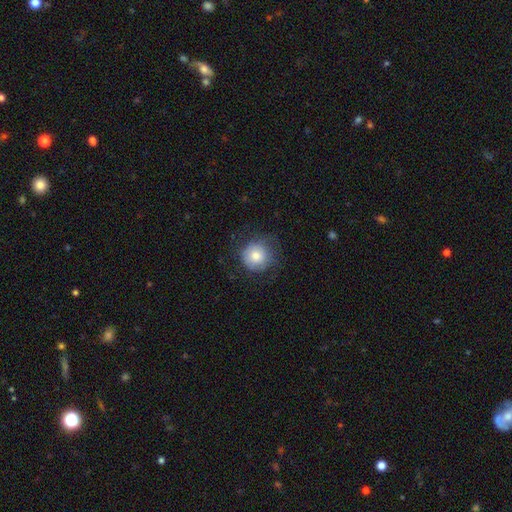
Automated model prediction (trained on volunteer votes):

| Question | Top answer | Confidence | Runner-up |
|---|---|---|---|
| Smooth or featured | smooth | 75% | featured or disk (16%) |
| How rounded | round | 93% | in between (6%) |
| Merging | none | 70% | minor disturbance (19%) |